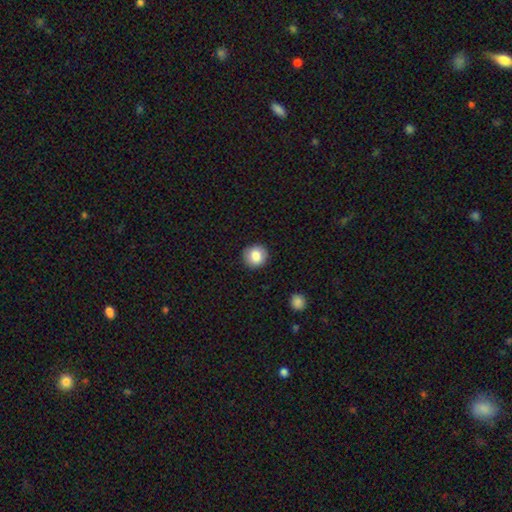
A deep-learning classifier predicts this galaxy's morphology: type=smooth (85%); roundness=round (92%); merging=none (91%).